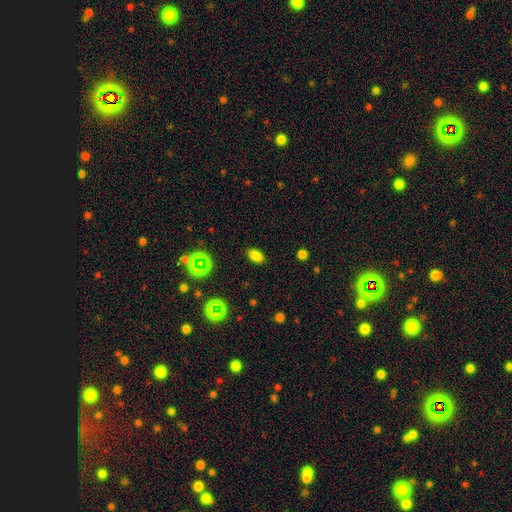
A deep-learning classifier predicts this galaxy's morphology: The model was most divided on "smooth or featured": smooth: 77%, star or artifact: 18%, featured or disk: 5%. More confident: how rounded — in between (87%); merging — none (87%).